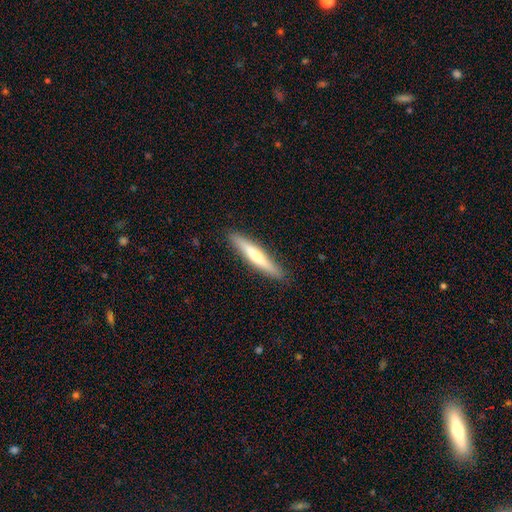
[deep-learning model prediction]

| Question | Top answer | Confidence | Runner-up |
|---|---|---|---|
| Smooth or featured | smooth | 56% | featured or disk (39%) |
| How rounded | cigar-shaped | 92% | in between (7%) |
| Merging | none | 90% | minor disturbance (8%) |